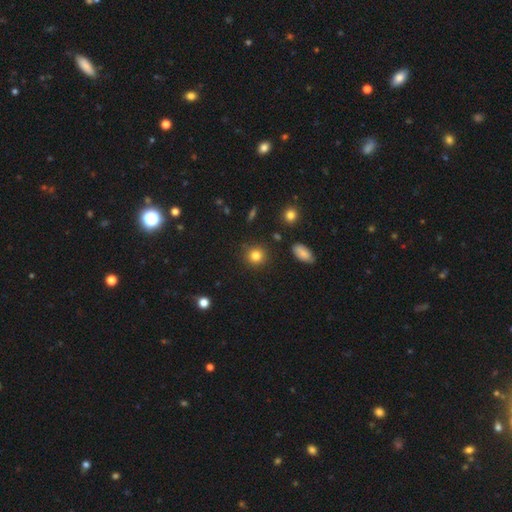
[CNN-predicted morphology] The model was most divided on "smooth or featured": smooth: 83%, star or artifact: 11%, featured or disk: 6%. More confident: how rounded — round (89%); merging — none (88%).